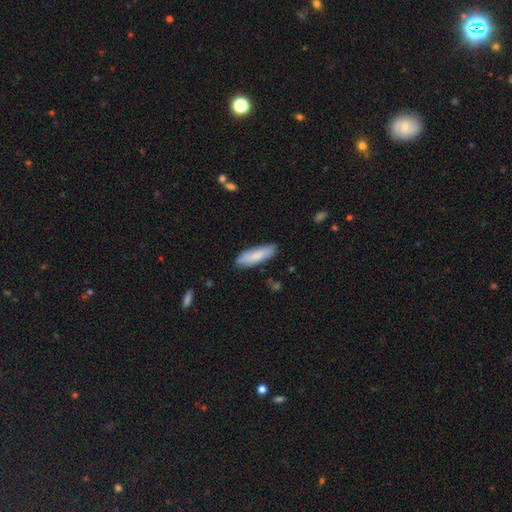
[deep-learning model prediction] This appears to be a smooth galaxy with no disk features (81%) that is cigar-shaped (54%). Merging: none (84%).